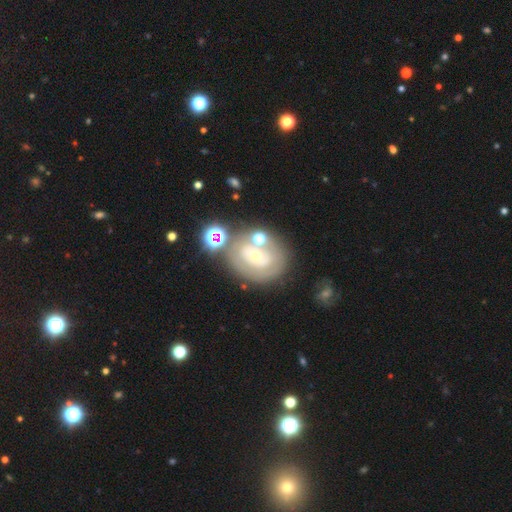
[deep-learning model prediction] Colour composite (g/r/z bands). It shows a featured or disk galaxy (64%) with no bar (61%), spiral arms (54%) and a small central bulge (62%). Merging: none (62%).